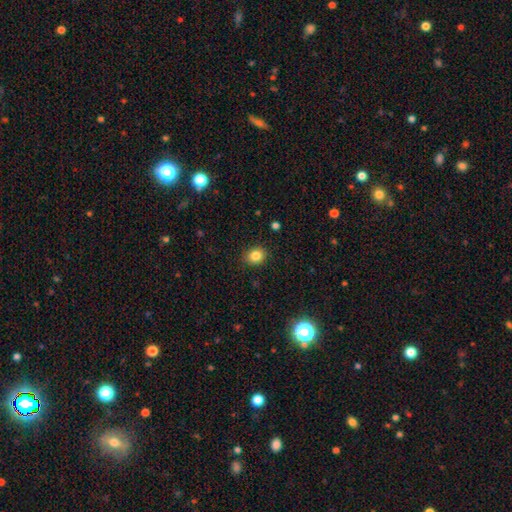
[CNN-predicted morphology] Smooth or featured? smooth (84%)
How rounded? round (61%)
Merging? none (89%)